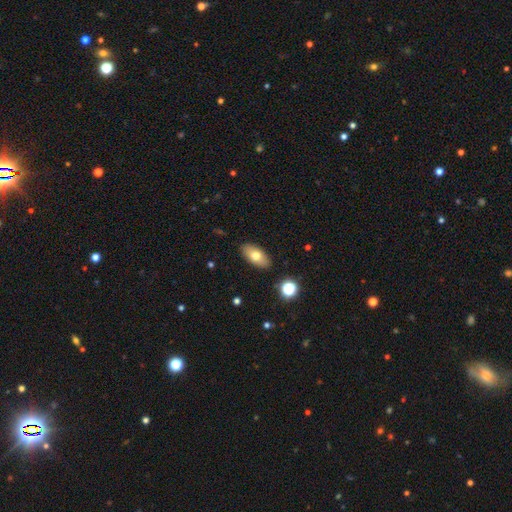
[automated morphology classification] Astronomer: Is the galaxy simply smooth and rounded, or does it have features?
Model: smooth — 71%.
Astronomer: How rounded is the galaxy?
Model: in between — 90%.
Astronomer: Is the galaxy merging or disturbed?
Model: none — 87%.